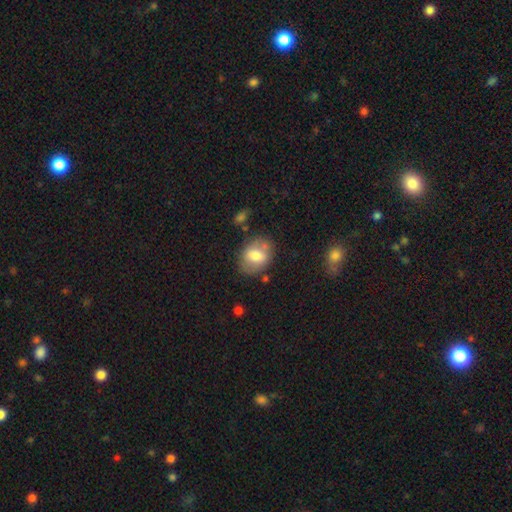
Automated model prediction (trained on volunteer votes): This is likely a smooth galaxy (66%). How rounded: likely in between (63%). Merging: likely none (71%).